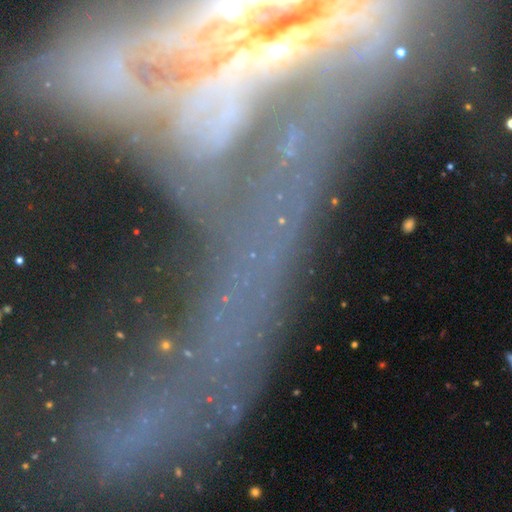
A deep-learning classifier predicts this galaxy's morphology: smooth_or_featured: featured or disk (p=0.47) [alt: star or artifact p=0.35]
merging: none (p=0.43) [alt: major disturbance p=0.22]